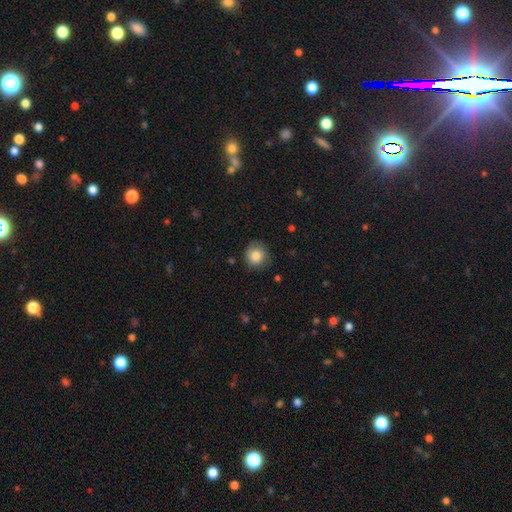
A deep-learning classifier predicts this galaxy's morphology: Smooth or featured: smooth — 83% (star or artifact — 9%)
How rounded: round — 89% (in between — 10%)
Merging: none — 80% (minor disturbance — 16%)